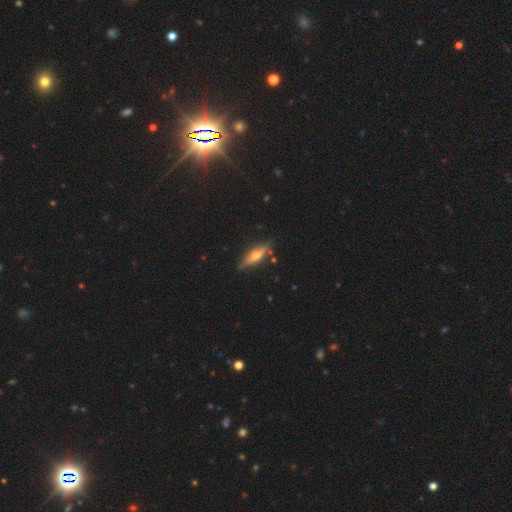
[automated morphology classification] Q: Smooth or featured?
A: featured or disk (69%); runner-up: smooth (23%)
Q: Edge-on disk?
A: yes (95%); runner-up: no (5%)
Q: Edge-on bulge?
A: rounded (87%); runner-up: boxy (9%)
Q: Merging?
A: none (85%); runner-up: minor disturbance (11%)